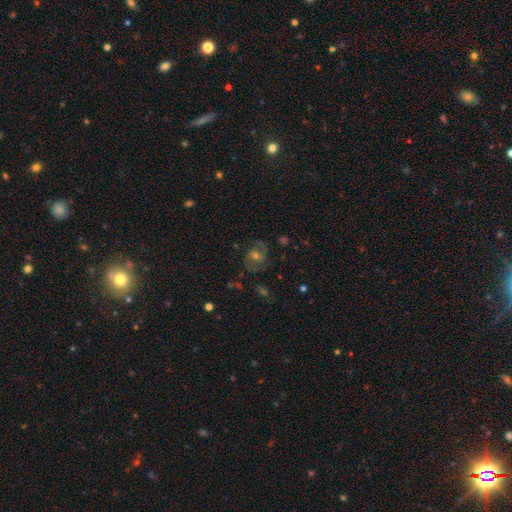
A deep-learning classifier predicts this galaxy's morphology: smooth_or_featured: featured or disk (p=0.78) [alt: smooth p=0.11]
disk_edge_on: no (p=0.97) [alt: yes p=0.03]
bar: weak (p=0.46) [alt: no p=0.39]
has_spiral_arms: yes (p=0.95) [alt: no p=0.05]
spiral_winding: medium (p=0.56) [alt: tight p=0.27]
spiral_arm_count: 2 (p=0.88) [alt: can't tell p=0.05]
bulge_size: moderate (p=0.55) [alt: small p=0.35]
merging: none (p=0.77) [alt: minor disturbance p=0.13]